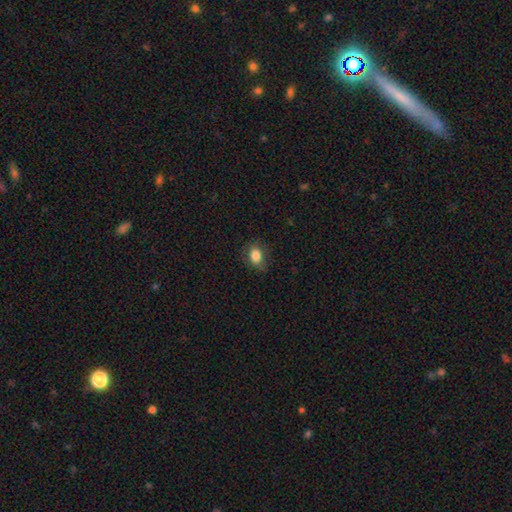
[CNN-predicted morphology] Smooth or featured: smooth — 83% (star or artifact — 9%)
How rounded: in between — 64% (round — 35%)
Merging: none — 72% (minor disturbance — 21%)